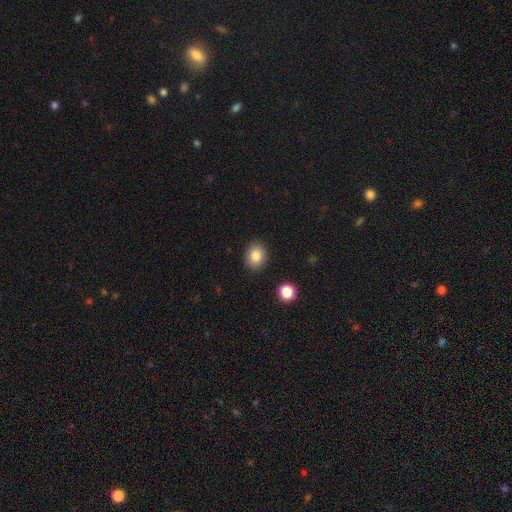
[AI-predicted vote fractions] Smooth or featured?
  - smooth: 85% *
  - star or artifact: 9%
  - featured or disk: 6%
How rounded?
  - round: 55% *
  - in between: 44%
  - cigar-shaped: 1%
Merging?
  - none: 89% *
  - minor disturbance: 8%
  - major disturbance: 2%
  - merger: 2%